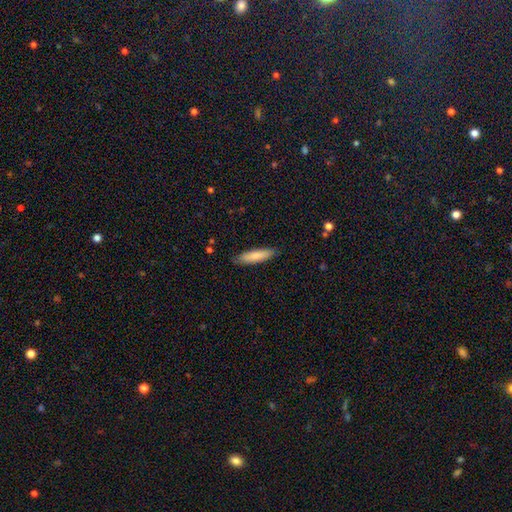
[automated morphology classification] A smooth galaxy with no disk features (81%) that is cigar-shaped (77%).

Vote fractions:
- Smooth or featured? smooth: 81% / featured or disk: 14% / star or artifact: 5%
- How rounded? cigar-shaped: 77% / in between: 22% / round: 1%
- Merging? none: 86% / minor disturbance: 11% / major disturbance: 2% / merger: 1%